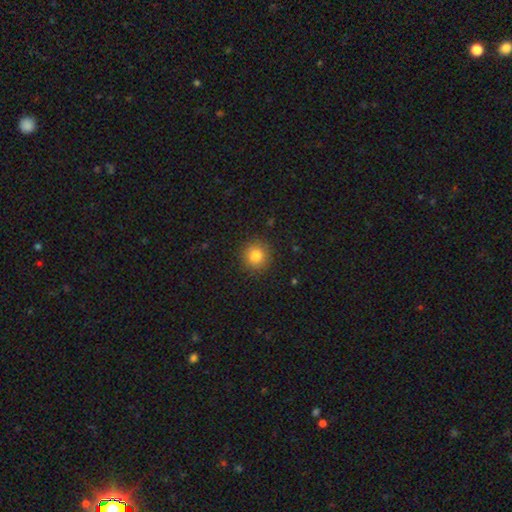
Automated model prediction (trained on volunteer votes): smooth_or_featured: smooth (p=0.83) [alt: star or artifact p=0.11]
how_rounded: round (p=0.94) [alt: in between p=0.05]
merging: none (p=0.90) [alt: minor disturbance p=0.07]